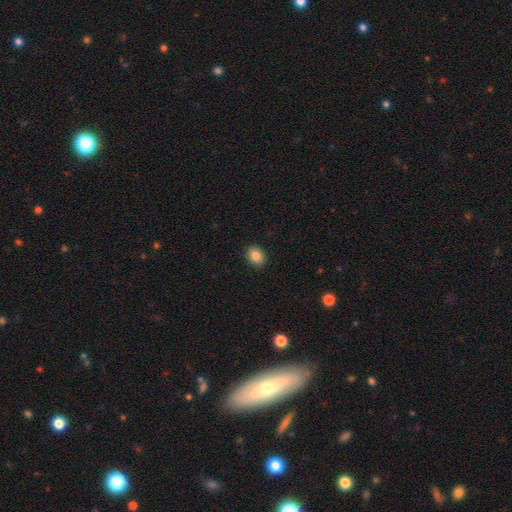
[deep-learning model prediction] Q: Smooth or featured?
A: smooth (85%); runner-up: star or artifact (9%)
Q: How rounded?
A: round (50%); runner-up: in between (49%)
Q: Merging?
A: none (91%); runner-up: minor disturbance (7%)